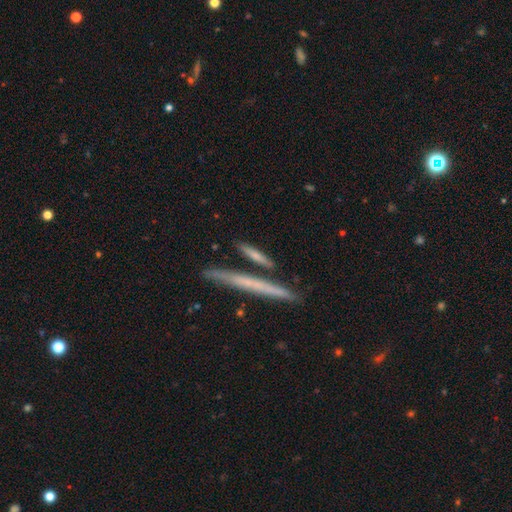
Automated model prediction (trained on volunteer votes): A smooth galaxy with no disk features (61%) that is cigar-shaped (85%). Merging: none (75%).